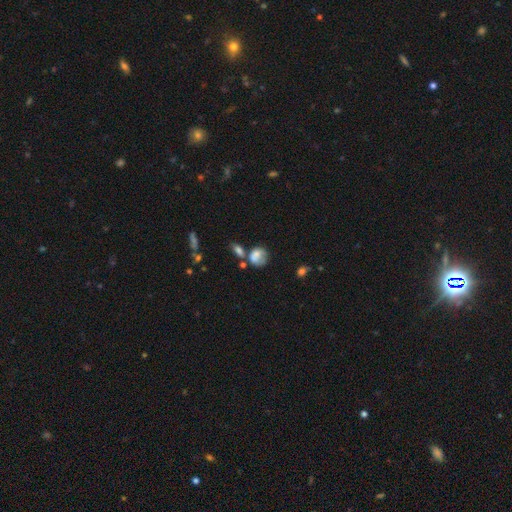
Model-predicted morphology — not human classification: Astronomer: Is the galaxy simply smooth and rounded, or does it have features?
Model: smooth — 73%.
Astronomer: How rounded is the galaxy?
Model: round — 58% (runner-up: in between, 41%).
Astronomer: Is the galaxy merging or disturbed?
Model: none — 35% (runner-up: merger, 27%).